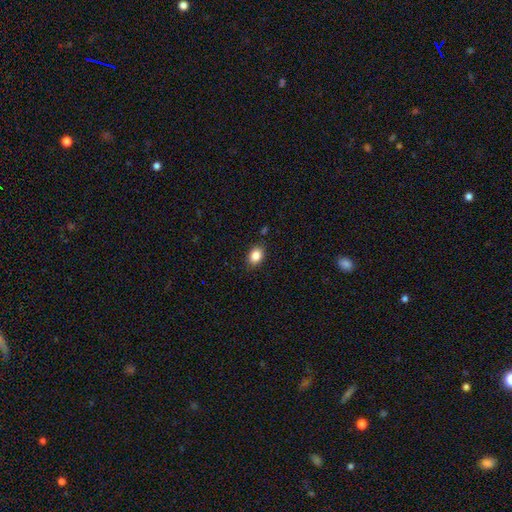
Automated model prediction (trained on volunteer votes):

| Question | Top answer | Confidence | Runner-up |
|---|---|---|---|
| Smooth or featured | smooth | 86% | star or artifact (9%) |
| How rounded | in between | 65% | round (34%) |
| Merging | none | 85% | minor disturbance (11%) |